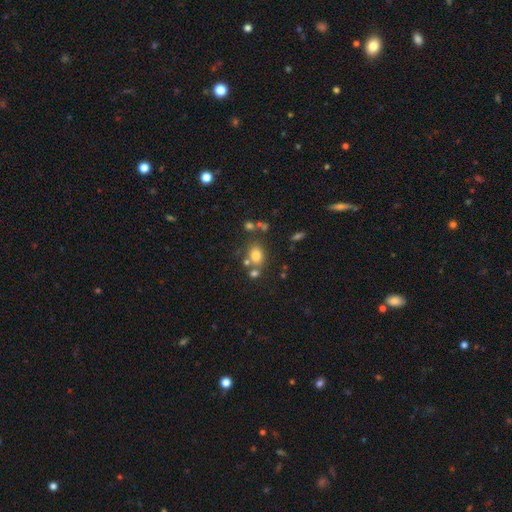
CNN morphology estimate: This appears to be a smooth galaxy with no disk features (75%) that is in between round and cigar-shaped (50%). Merging: none (62%).